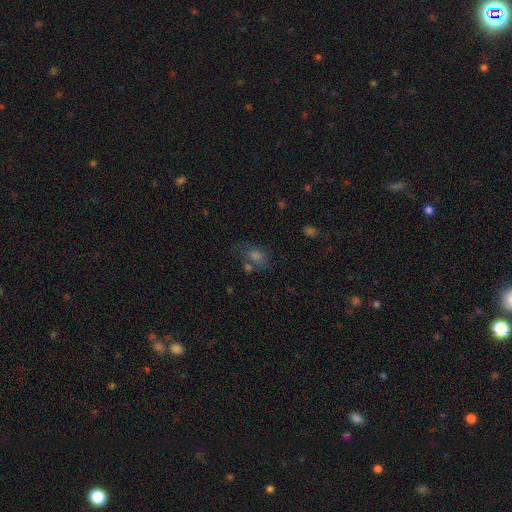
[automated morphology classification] smooth-or-featured: smooth: 51% | star or artifact: 28% | featured or disk: 21%
  how-rounded: in between: 62% | round: 35% | cigar-shaped: 3%
  merging: none: 50% | minor disturbance: 19% | merger: 17% | major disturbance: 14%